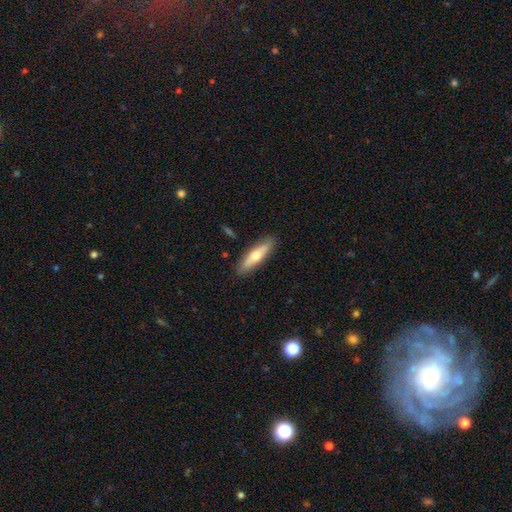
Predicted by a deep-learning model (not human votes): Smooth or featured?
  - smooth: 61% *
  - featured or disk: 34%
  - star or artifact: 6%
How rounded?
  - cigar-shaped: 67% *
  - in between: 31%
  - round: 2%
Merging?
  - none: 87% *
  - minor disturbance: 10%
  - major disturbance: 2%
  - merger: 2%